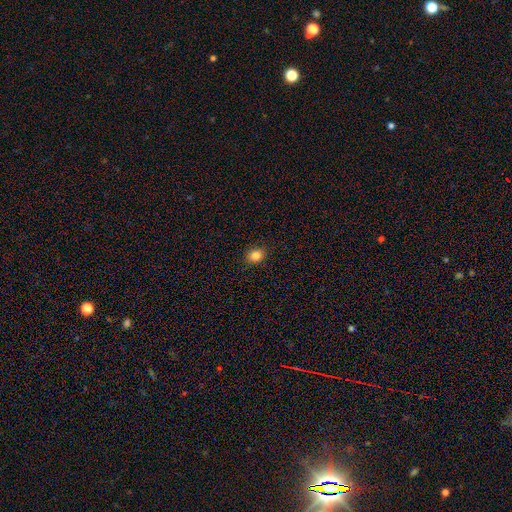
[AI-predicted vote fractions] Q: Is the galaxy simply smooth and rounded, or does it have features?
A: smooth — 83%.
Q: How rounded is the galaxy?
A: round — 59%.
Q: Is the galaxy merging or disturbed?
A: none — 90%.